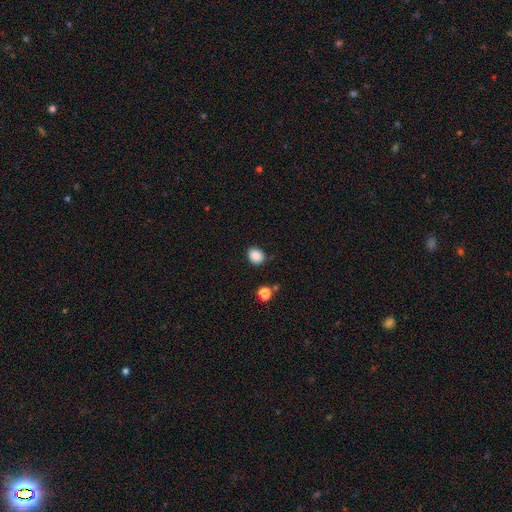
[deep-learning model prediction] Overall: smooth (87%). How rounded: round (56%; in between 43%). Merging: none (82%).